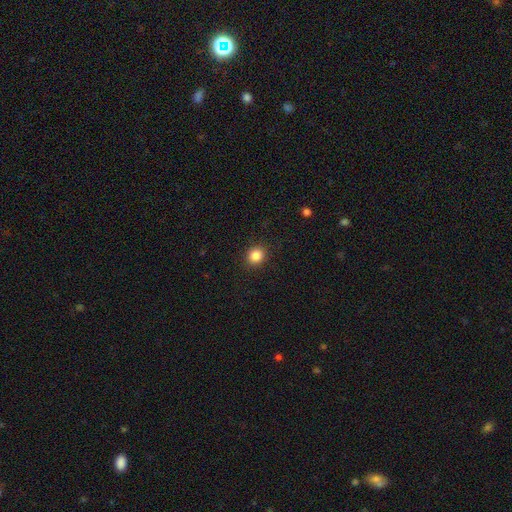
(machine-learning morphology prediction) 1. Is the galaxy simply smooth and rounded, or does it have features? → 86% smooth, 10% star or artifact, 4% featured or disk.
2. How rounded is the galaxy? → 76% round, 23% in between, 1% cigar-shaped.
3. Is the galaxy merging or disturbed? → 90% none, 7% minor disturbance, 2% major disturbance, 1% merger.